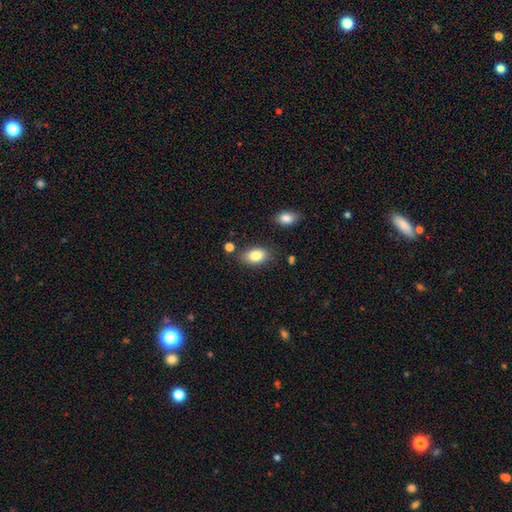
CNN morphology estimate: Q: Smooth or featured?
A: smooth (84%); runner-up: featured or disk (8%)
Q: How rounded?
A: in between (88%); runner-up: round (11%)
Q: Merging?
A: none (79%); runner-up: minor disturbance (13%)